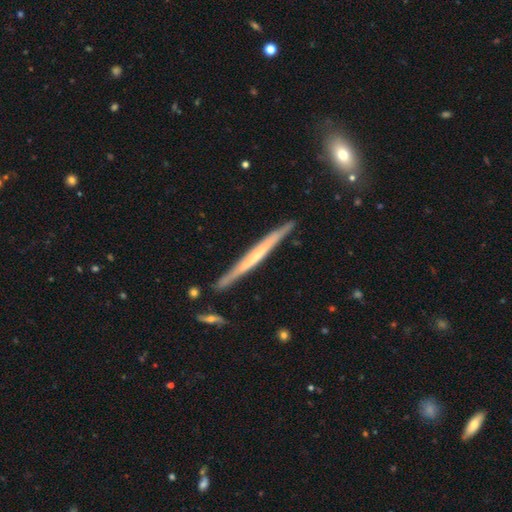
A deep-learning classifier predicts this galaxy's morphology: A featured or disk galaxy (64%) viewed edge-on (96%) with no central bulge (77%). Merging: none (85%).